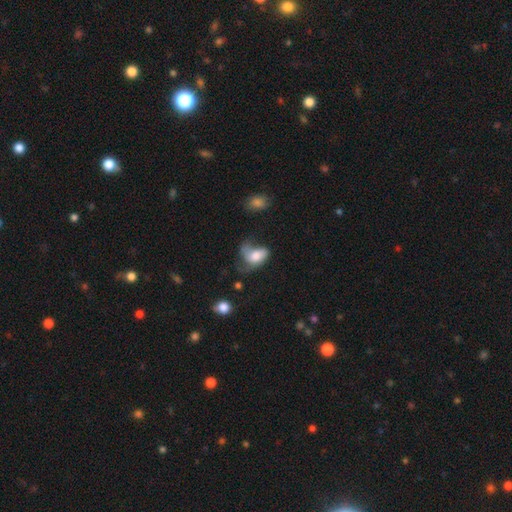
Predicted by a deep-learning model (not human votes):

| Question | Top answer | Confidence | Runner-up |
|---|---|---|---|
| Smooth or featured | smooth | 58% | featured or disk (33%) |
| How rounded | in between | 82% | round (17%) |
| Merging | major disturbance | 49% | minor disturbance (22%) |